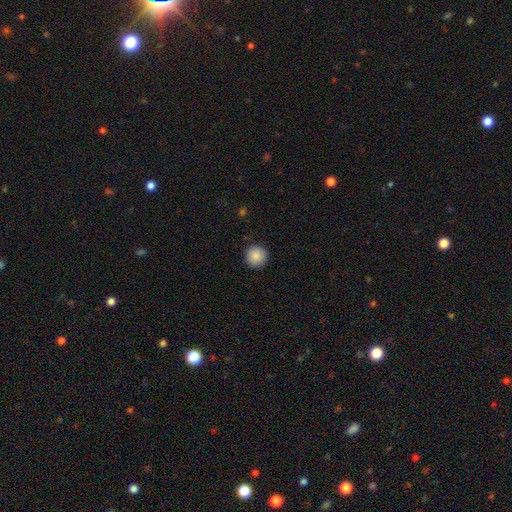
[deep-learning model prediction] A smooth galaxy with no disk features (88%) that is round (95%).

Vote fractions:
- Smooth or featured? smooth: 88% / star or artifact: 8% / featured or disk: 3%
- How rounded? round: 95% / in between: 4% / cigar-shaped: 1%
- Merging? none: 92% / minor disturbance: 6% / major disturbance: 2% / merger: 1%